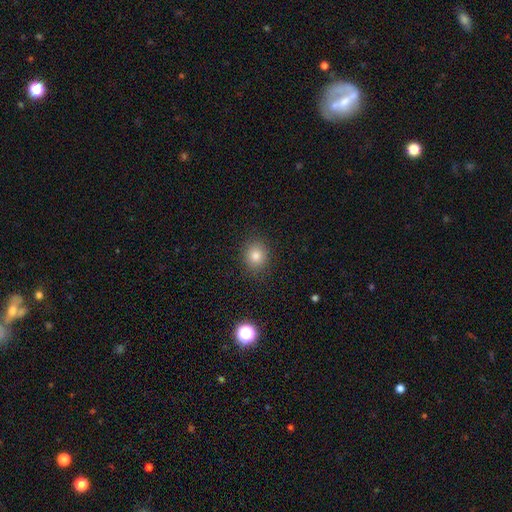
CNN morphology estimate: Overall: smooth (80%). How rounded: round (70%). Merging: none (88%).